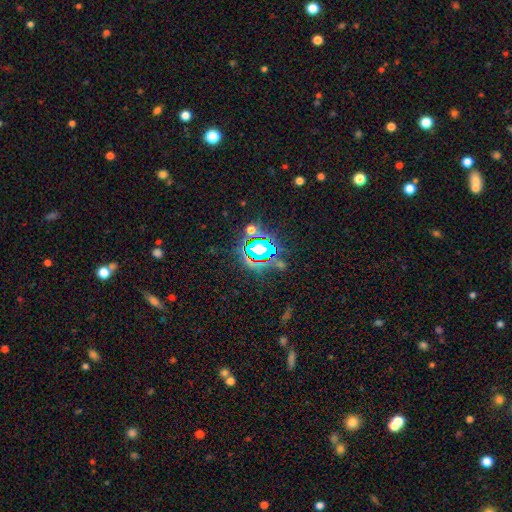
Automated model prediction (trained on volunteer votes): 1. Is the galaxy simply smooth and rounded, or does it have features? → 69% star or artifact, 20% smooth, 11% featured or disk.